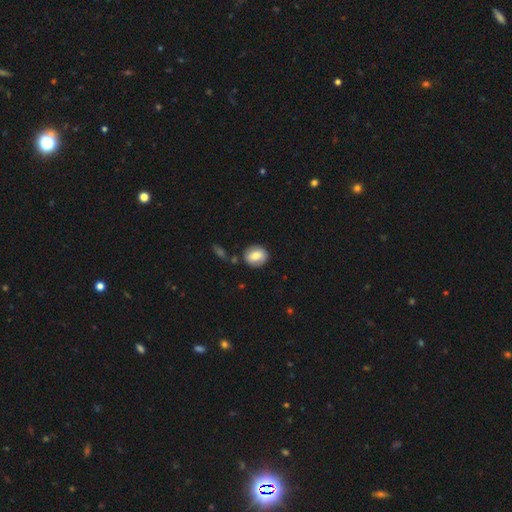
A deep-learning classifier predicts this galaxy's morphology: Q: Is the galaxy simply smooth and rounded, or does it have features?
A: smooth — 77%.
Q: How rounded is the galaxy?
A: round — 70%.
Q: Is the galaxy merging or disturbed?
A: none — 81%.